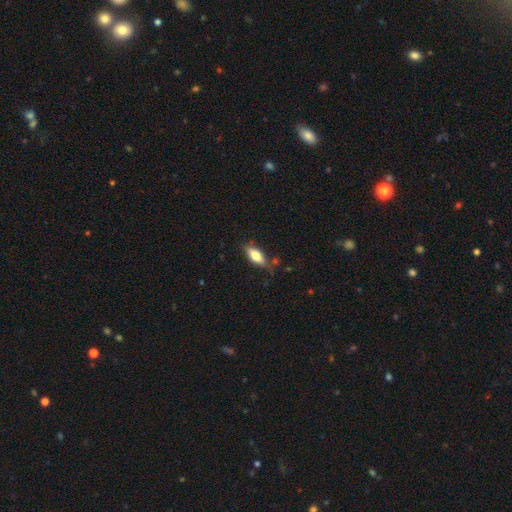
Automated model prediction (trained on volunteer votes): smooth_or_featured: smooth (p=0.66) [alt: featured or disk p=0.27]
how_rounded: in between (p=0.75) [alt: cigar-shaped p=0.22]
merging: none (p=0.71) [alt: minor disturbance p=0.20]